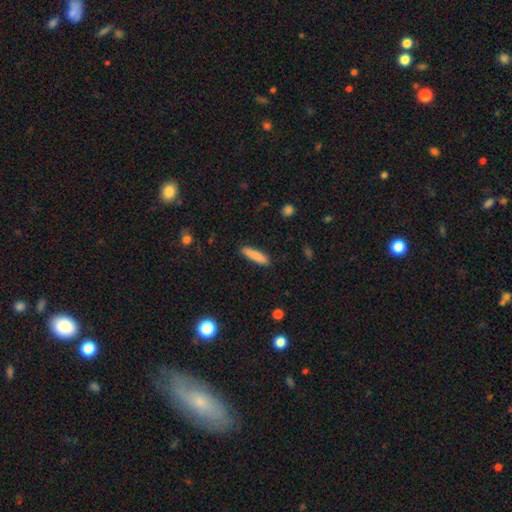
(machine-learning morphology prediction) The model was most divided on "how rounded": cigar-shaped: 81%, in between: 17%, round: 1%. More confident: merging — none (90%); smooth or featured — smooth (86%).